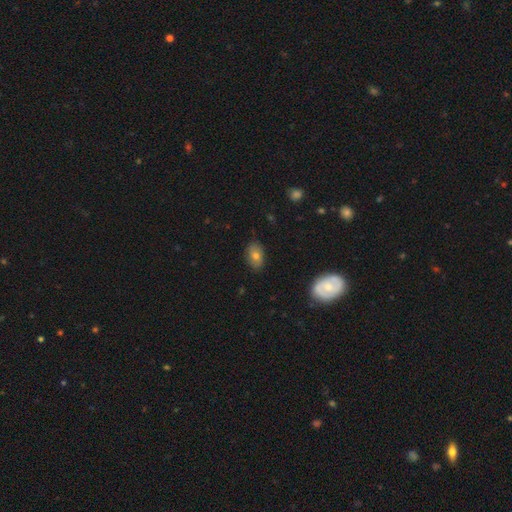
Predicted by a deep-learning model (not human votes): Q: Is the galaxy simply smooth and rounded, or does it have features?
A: smooth — 72%.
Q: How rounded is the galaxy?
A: in between — 86%.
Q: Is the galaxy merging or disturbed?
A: none — 84%.